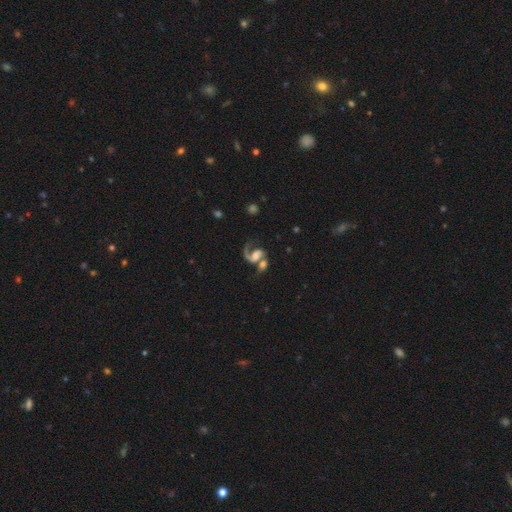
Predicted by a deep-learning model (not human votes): Morphology: type=featured or disk (75%); edge-on=no (98%); bar=no (48%); spiral arms=yes (91%); winding=loose (49%); arm count=1 (56%); bulge=moderate (34%); merging=merger (48%).